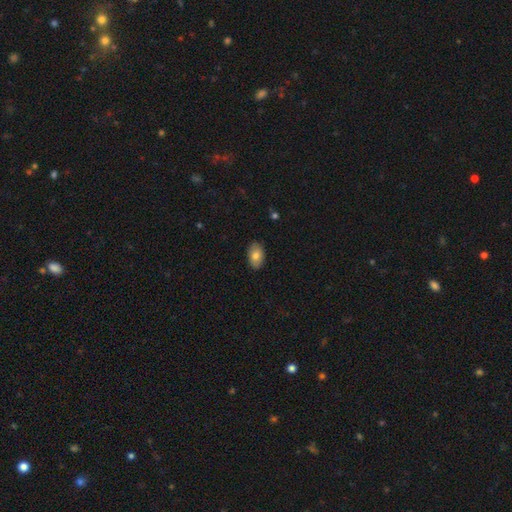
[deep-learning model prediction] smooth 79%, featured or disk 14%, star or artifact 7%. Down the decision tree: how rounded — in between (91%); merging — none (86%).